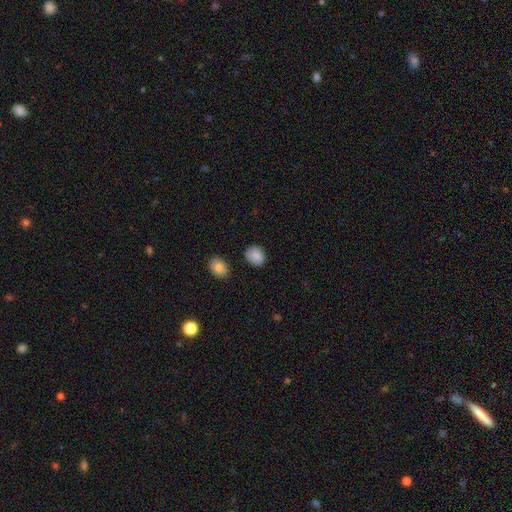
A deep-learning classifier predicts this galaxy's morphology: A smooth galaxy with no disk features (87%) that is round (56%). Merging: none (83%).